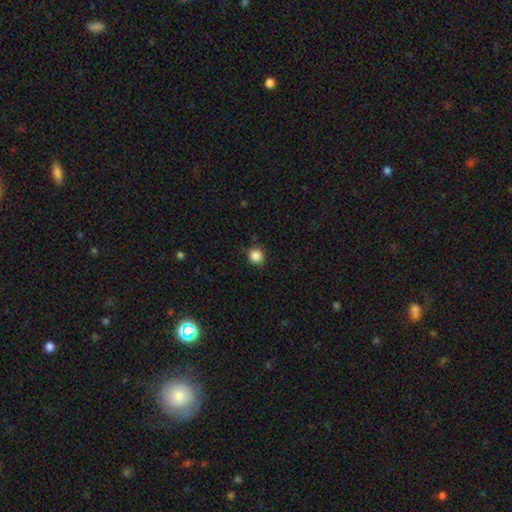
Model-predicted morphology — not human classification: This appears to be a smooth galaxy with no disk features (87%) that is round (89%). Merging: none (86%).